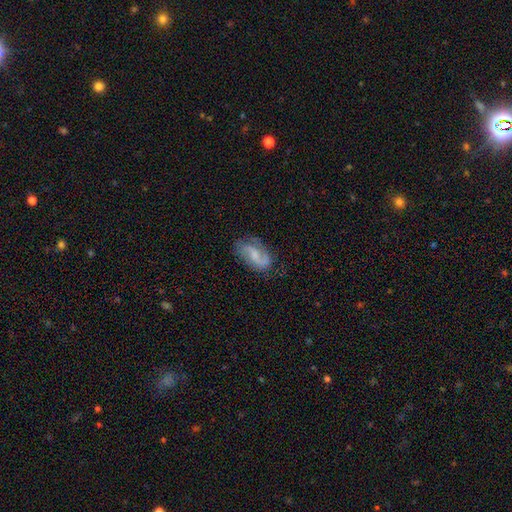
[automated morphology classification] smooth-or-featured: featured or disk: 72% | smooth: 21% | star or artifact: 7%
  disk-edge-on: no: 96% | yes: 4%
    bar: weak: 48% | no: 38% | strong: 14%
    has-spiral-arms: yes: 93% | no: 7%
      spiral-winding: loose: 44% | medium: 40% | tight: 16%
      spiral-arm-count: 2: 80% | 1: 9% | can't tell: 7% | 3: 2% | 4: 1% | more than 4: 1%
    bulge-size: small: 48% | moderate: 30% | none: 19% | large: 3% | dominant: 1%
  merging: none: 71% | minor disturbance: 20% | major disturbance: 8% | merger: 2%